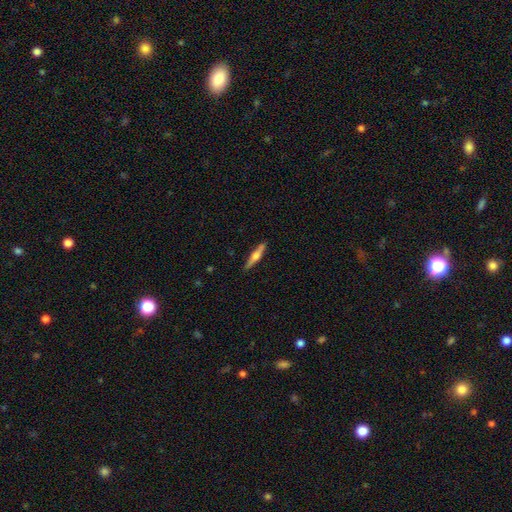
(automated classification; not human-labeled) A featured or disk galaxy (58%) viewed edge-on (97%) with a rounded central bulge (87%). Merging: none (87%).